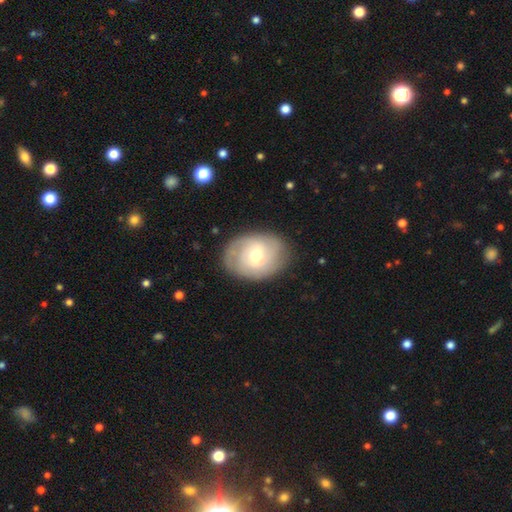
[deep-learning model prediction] smooth-or-featured: featured or disk: 51% | smooth: 42% | star or artifact: 7%
  disk-edge-on: no: 95% | yes: 5%
  merging: none: 79% | minor disturbance: 15% | major disturbance: 5% | merger: 1%